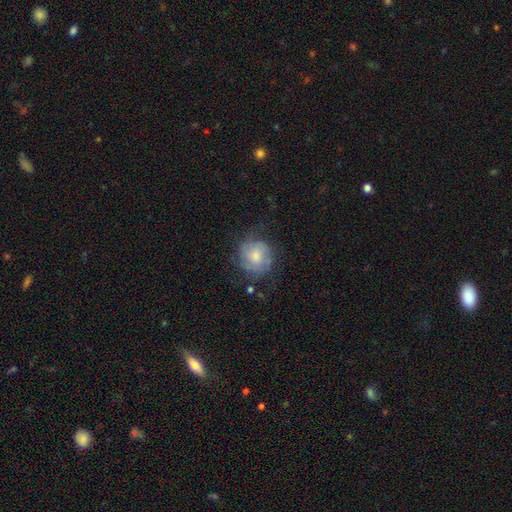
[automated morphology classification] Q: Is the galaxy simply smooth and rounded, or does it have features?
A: featured or disk — 47%.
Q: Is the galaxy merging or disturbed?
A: none — 59%.